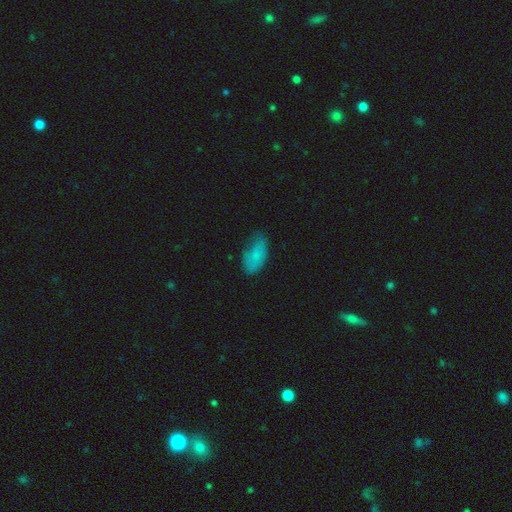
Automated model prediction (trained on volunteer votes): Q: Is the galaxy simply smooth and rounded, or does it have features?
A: smooth — 75%.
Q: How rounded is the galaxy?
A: in between — 92%.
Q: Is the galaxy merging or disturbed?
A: none — 56%.